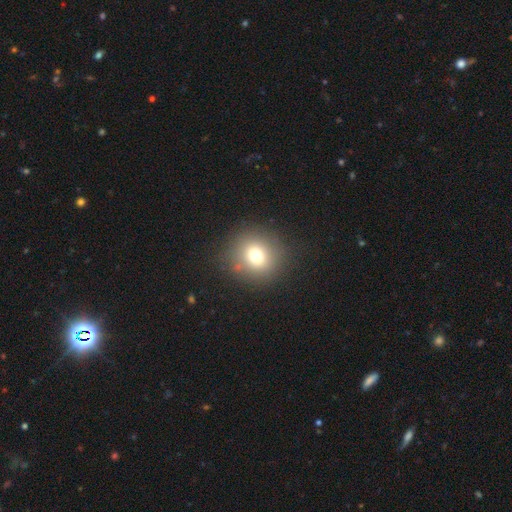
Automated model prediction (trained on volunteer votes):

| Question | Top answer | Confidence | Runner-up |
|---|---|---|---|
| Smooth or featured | smooth | 73% | star or artifact (15%) |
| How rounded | round | 90% | in between (9%) |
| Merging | none | 86% | minor disturbance (8%) |